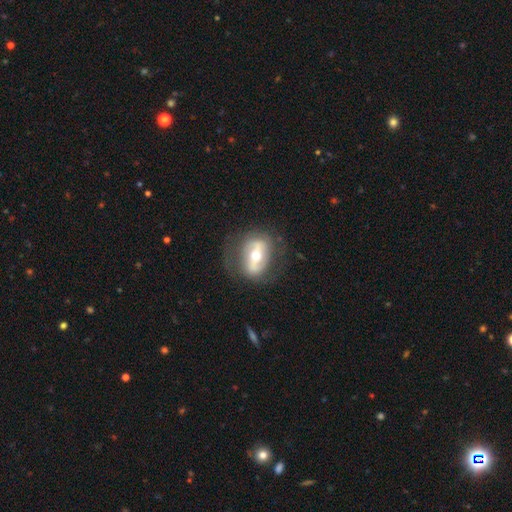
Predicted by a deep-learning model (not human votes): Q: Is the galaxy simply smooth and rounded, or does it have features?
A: featured or disk — 70%.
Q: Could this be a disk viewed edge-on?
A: no — 86%.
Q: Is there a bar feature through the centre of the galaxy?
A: strong — 59%.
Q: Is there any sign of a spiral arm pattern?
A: yes — 52%.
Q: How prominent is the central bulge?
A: moderate — 68%.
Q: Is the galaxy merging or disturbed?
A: none — 71%.